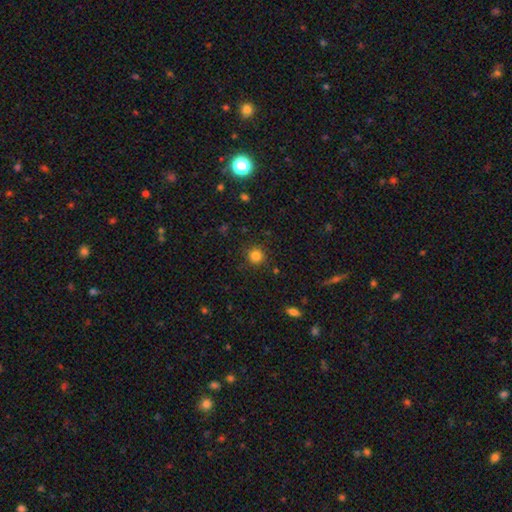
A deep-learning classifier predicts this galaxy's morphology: A smooth galaxy with no disk features (83%) that is round (93%).

Vote fractions:
- Smooth or featured? smooth: 83% / star or artifact: 13% / featured or disk: 4%
- How rounded? round: 93% / in between: 6% / cigar-shaped: 1%
- Merging? none: 89% / minor disturbance: 7% / major disturbance: 3% / merger: 1%